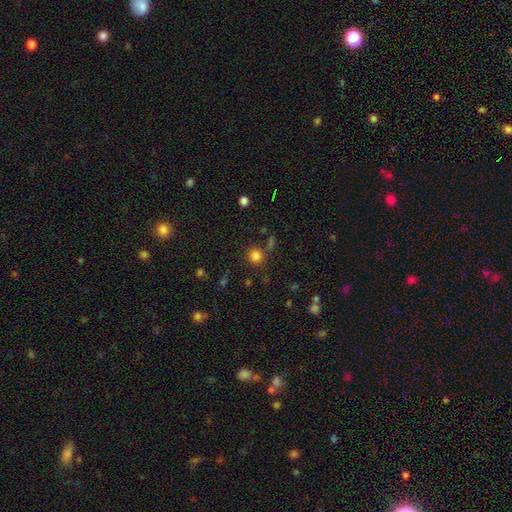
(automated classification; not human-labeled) Overall: smooth (81%). How rounded: round (91%). Merging: none (80%).